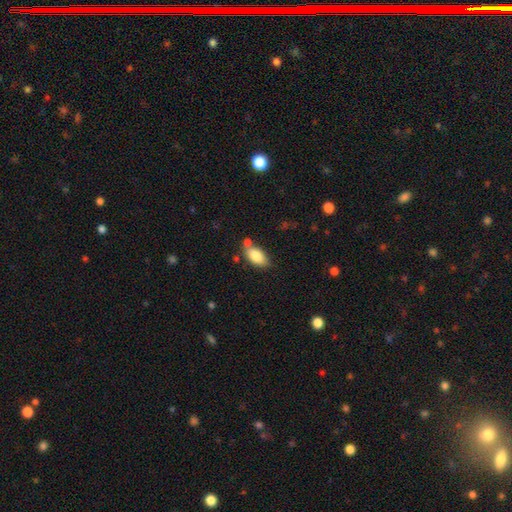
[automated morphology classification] Smooth or featured?
  - smooth: 84% *
  - featured or disk: 9%
  - star or artifact: 7%
How rounded?
  - in between: 92% *
  - cigar-shaped: 4%
  - round: 3%
Merging?
  - none: 66% *
  - minor disturbance: 18%
  - merger: 12%
  - major disturbance: 4%